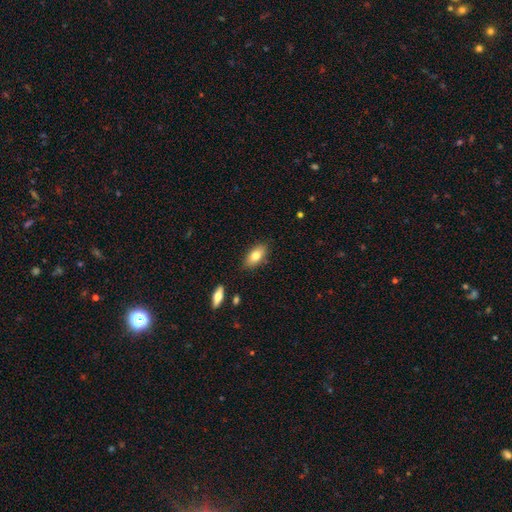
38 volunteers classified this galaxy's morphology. smooth_or_featured: smooth (p=0.84) [alt: featured or disk p=0.11]
how_rounded: in between (p=0.84) [alt: cigar-shaped p=0.12]
merging: none (p=0.89) [alt: minor disturbance p=0.06]